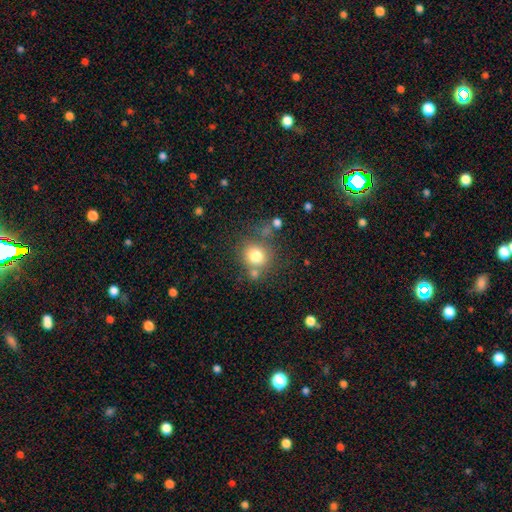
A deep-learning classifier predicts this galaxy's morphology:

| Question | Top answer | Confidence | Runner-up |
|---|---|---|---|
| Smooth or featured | smooth | 77% | star or artifact (12%) |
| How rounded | round | 85% | in between (15%) |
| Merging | none | 67% | merger (15%) |